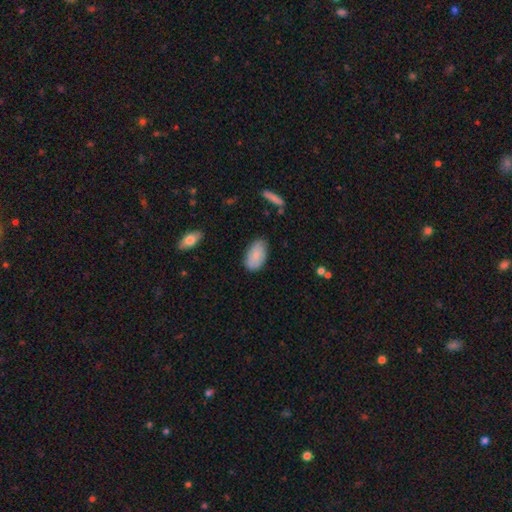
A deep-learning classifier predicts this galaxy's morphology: smooth 82%, featured or disk 12%, star or artifact 6%. Down the decision tree: how rounded — in between (94%); merging — none (78%).